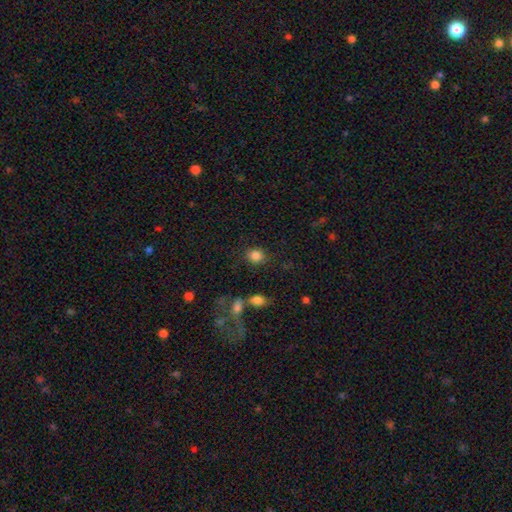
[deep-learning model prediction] Smooth or featured? smooth (85%)
How rounded? round (71%)
Merging? none (82%)